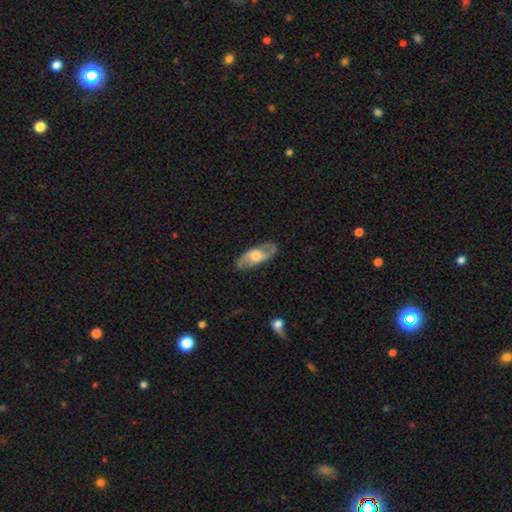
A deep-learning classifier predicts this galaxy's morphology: This appears to be a featured or disk galaxy (60%). Merging: none (81%).